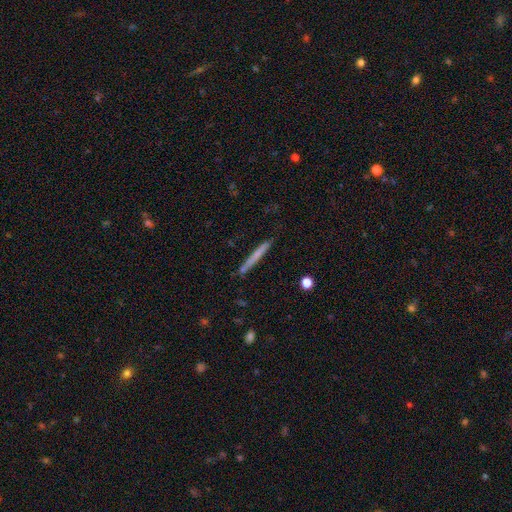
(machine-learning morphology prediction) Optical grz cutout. It shows a smooth galaxy with no disk features (58%) that is cigar-shaped (96%). Merging: none (86%).